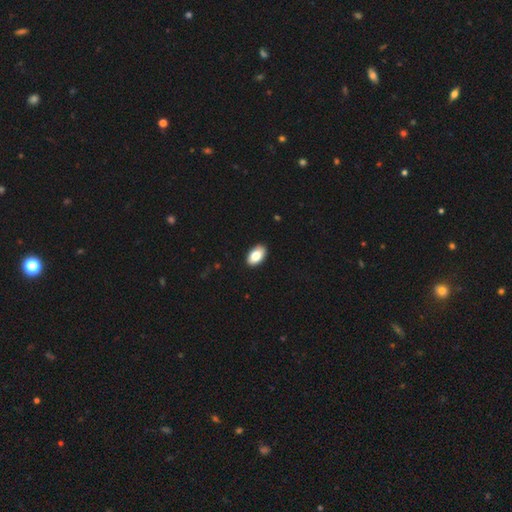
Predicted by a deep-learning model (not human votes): Morphology: type=smooth (84%); roundness=in between (94%); merging=none (90%).